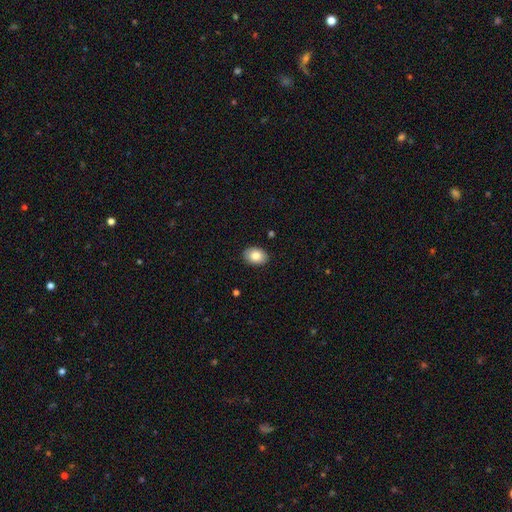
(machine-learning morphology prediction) smooth 83%, featured or disk 9%, star or artifact 7%. Down the decision tree: how rounded — in between (76%); merging — none (89%).